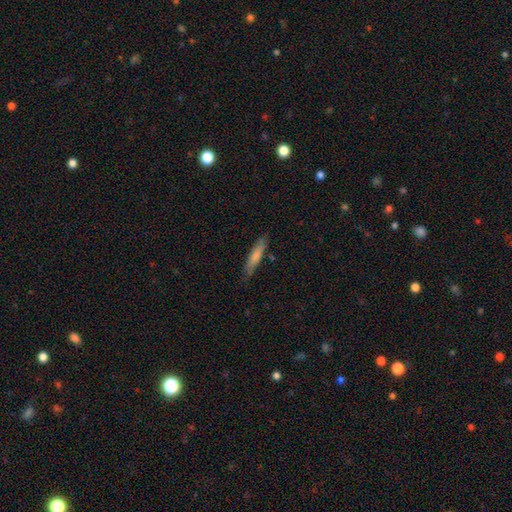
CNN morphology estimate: A smooth galaxy with no disk features (73%) that is cigar-shaped (85%).

Vote fractions:
- Smooth or featured? smooth: 73% / featured or disk: 22% / star or artifact: 6%
- How rounded? cigar-shaped: 85% / in between: 14% / round: 1%
- Merging? none: 80% / minor disturbance: 15% / major disturbance: 3% / merger: 2%